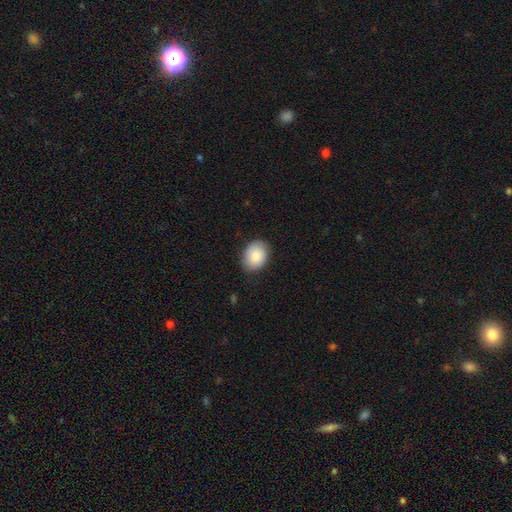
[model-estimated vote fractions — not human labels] smooth-or-featured: smooth: 84% | featured or disk: 9% | star or artifact: 7%
  how-rounded: in between: 61% | round: 38% | cigar-shaped: 1%
  merging: none: 81% | minor disturbance: 15% | major disturbance: 3% | merger: 1%